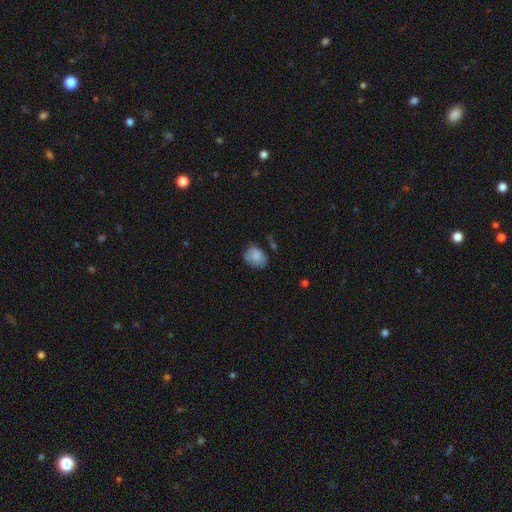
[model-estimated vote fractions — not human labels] Q: Smooth or featured?
A: smooth (81%); runner-up: featured or disk (11%)
Q: How rounded?
A: in between (61%); runner-up: round (38%)
Q: Merging?
A: none (58%); runner-up: minor disturbance (29%)